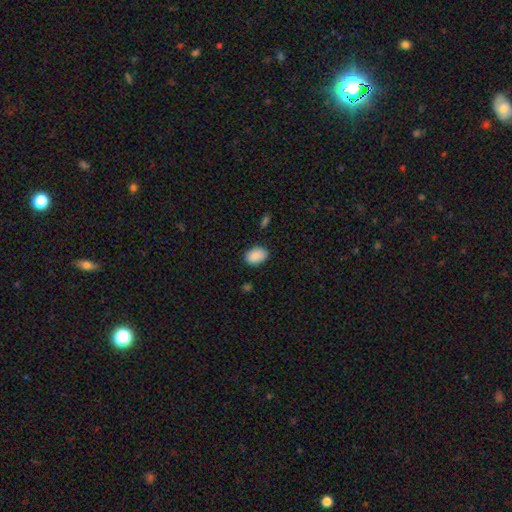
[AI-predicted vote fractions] Morphology: type=smooth (89%); roundness=in between (83%); merging=none (82%).